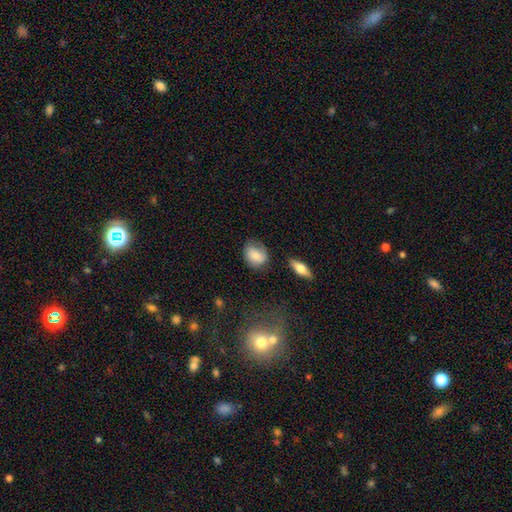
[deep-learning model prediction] Morphology: type=smooth (71%); roundness=in between (52%); merging=none (66%).